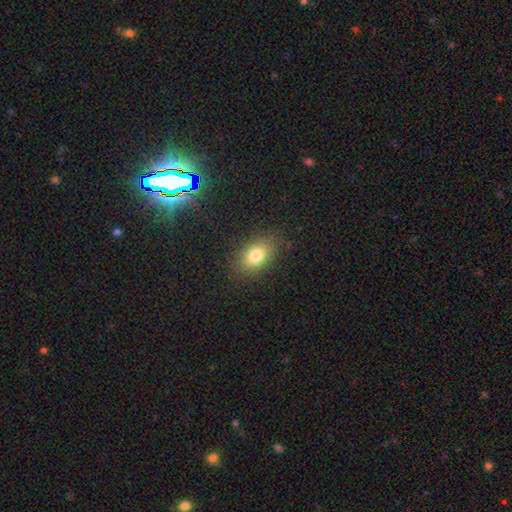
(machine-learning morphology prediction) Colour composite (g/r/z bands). It shows a smooth galaxy with no disk features (78%) that is in between round and cigar-shaped (80%). Merging: none (83%).